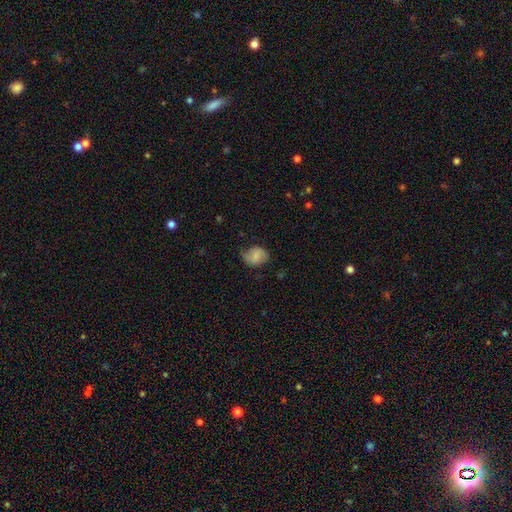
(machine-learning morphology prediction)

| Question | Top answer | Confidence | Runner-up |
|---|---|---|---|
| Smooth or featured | smooth | 63% | featured or disk (28%) |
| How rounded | in between | 52% | round (46%) |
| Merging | none | 65% | minor disturbance (26%) |